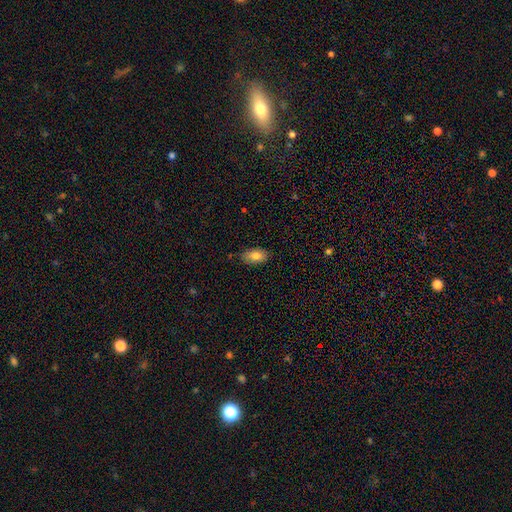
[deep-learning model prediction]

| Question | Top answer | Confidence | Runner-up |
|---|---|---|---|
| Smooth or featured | smooth | 81% | featured or disk (12%) |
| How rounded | in between | 92% | round (4%) |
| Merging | none | 83% | minor disturbance (13%) |